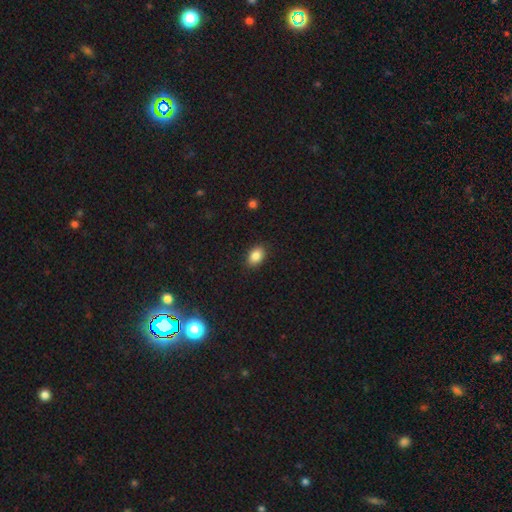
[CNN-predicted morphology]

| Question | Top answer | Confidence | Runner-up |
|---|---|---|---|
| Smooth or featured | smooth | 87% | star or artifact (9%) |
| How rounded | in between | 84% | round (15%) |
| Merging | none | 88% | minor disturbance (9%) |